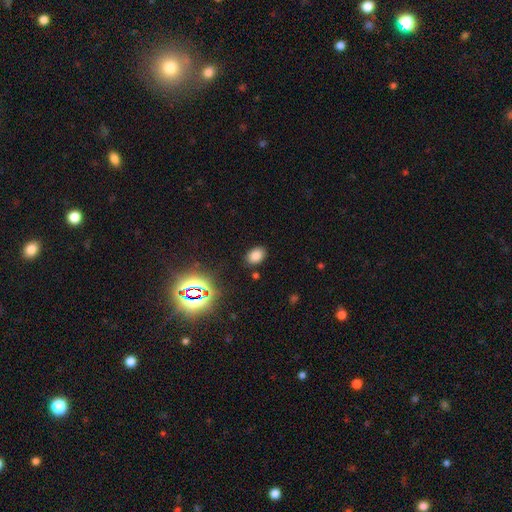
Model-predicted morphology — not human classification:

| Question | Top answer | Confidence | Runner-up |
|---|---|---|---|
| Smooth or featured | smooth | 77% | star or artifact (18%) |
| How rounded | in between | 75% | round (24%) |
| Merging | none | 85% | minor disturbance (10%) |